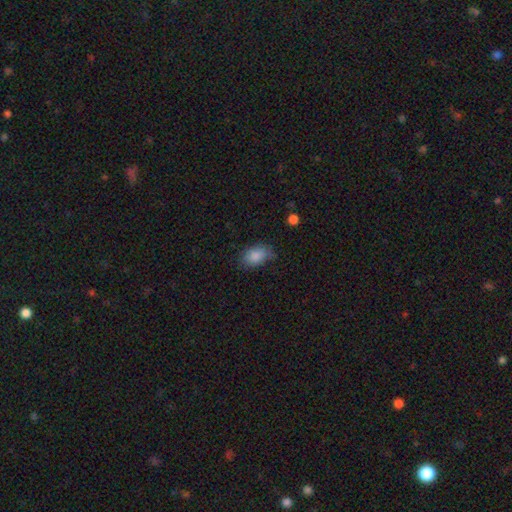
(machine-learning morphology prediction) smooth 87%, star or artifact 8%, featured or disk 5%. Down the decision tree: how rounded — in between (88%); merging — none (71%).